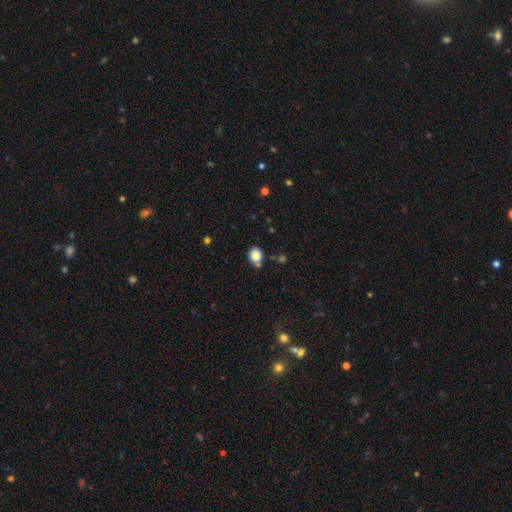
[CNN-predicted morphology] The model was most divided on "how rounded": round: 72%, in between: 27%, cigar-shaped: 1%. More confident: smooth or featured — smooth (84%); merging — none (69%).